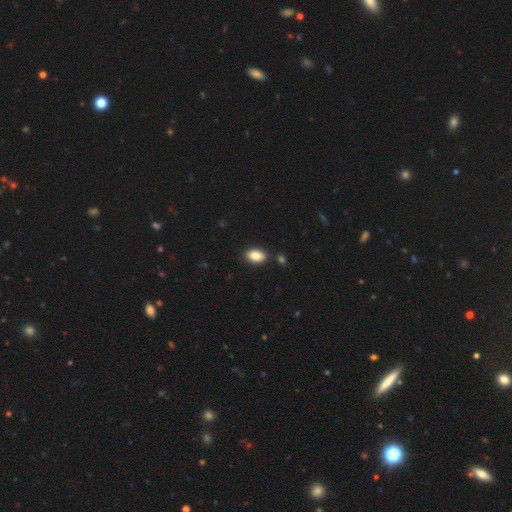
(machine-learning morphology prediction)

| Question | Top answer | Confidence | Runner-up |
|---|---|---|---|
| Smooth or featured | smooth | 87% | star or artifact (8%) |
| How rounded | in between | 92% | round (6%) |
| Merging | none | 86% | minor disturbance (9%) |